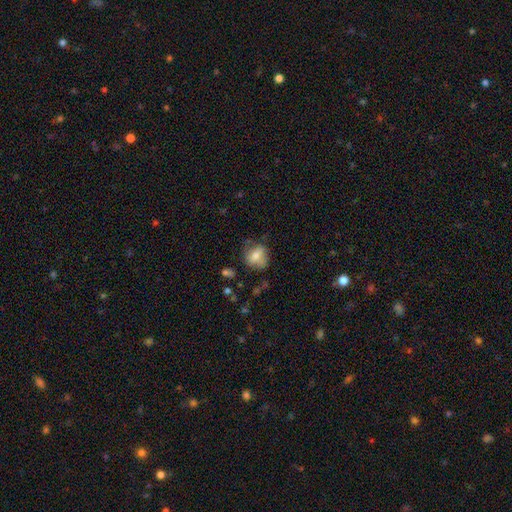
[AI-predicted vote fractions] Q: Smooth or featured?
A: smooth (66%); runner-up: featured or disk (25%)
Q: How rounded?
A: round (51%); runner-up: in between (47%)
Q: Merging?
A: none (57%); runner-up: minor disturbance (27%)